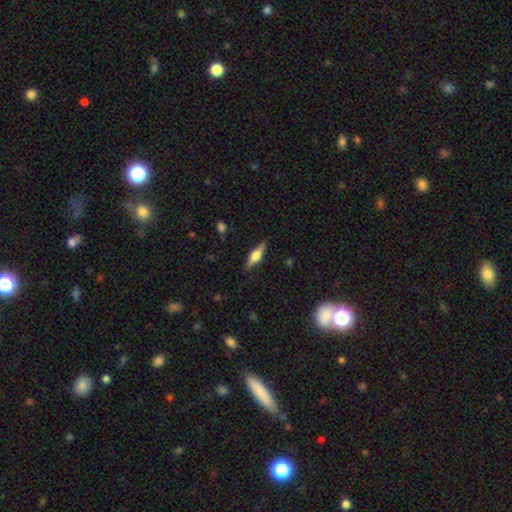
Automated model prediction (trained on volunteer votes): A featured or disk galaxy (53%) viewed edge-on (94%) with a rounded central bulge (90%).

Vote fractions:
- Smooth or featured? featured or disk: 53% / smooth: 40% / star or artifact: 6%
- Edge-on disk? yes: 94% / no: 6%
- Edge-on bulge? rounded: 90% / boxy: 8% / none: 2%
- Merging? none: 86% / minor disturbance: 11% / major disturbance: 3% / merger: 1%